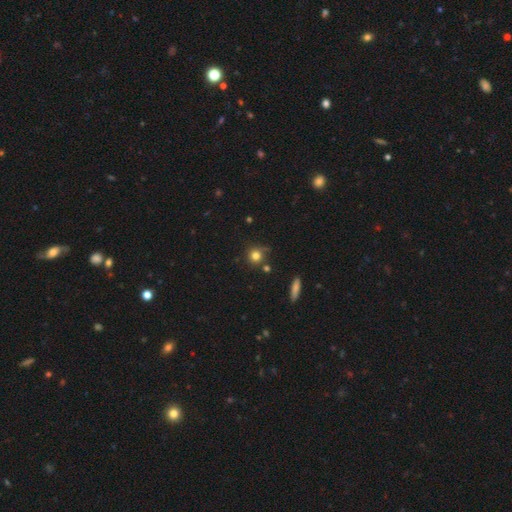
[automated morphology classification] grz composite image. It shows a smooth galaxy with no disk features (78%) that is round (91%). Merging: none (72%).